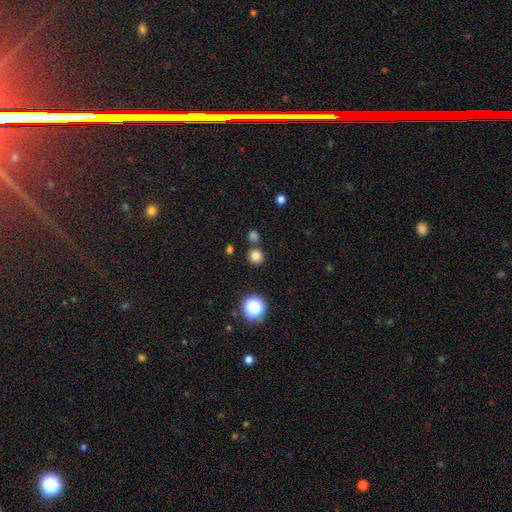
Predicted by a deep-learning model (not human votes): smooth-or-featured: smooth: 79% | star or artifact: 16% | featured or disk: 5%
  how-rounded: round: 93% | in between: 6% | cigar-shaped: 1%
  merging: none: 78% | merger: 12% | minor disturbance: 7% | major disturbance: 3%